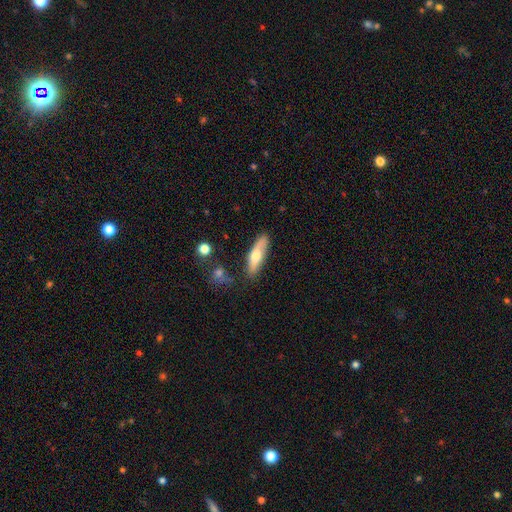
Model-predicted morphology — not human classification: Smooth or featured? Predicted: smooth (p=0.60). How rounded? Predicted: cigar-shaped (p=0.57). Merging? Predicted: none (p=0.73).